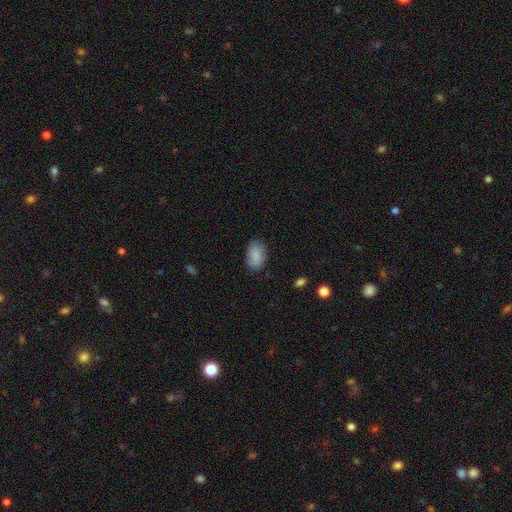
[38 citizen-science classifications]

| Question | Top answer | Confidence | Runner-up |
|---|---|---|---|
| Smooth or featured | smooth | 95% | star or artifact (5%) |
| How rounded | in between | 92% | round (8%) |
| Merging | none | 69% | minor disturbance (22%) |